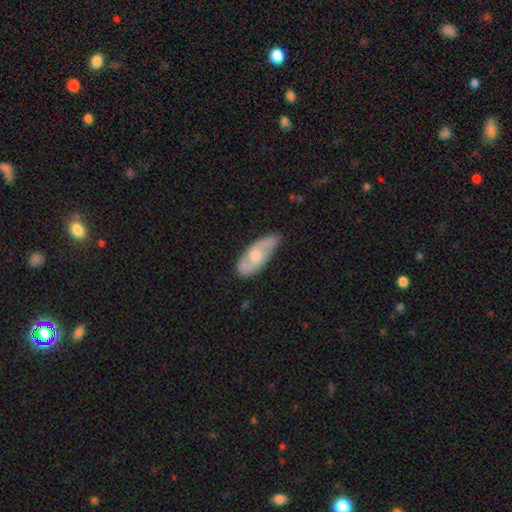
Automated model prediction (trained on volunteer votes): smooth-or-featured: featured or disk: 53% | smooth: 42% | star or artifact: 6%
  disk-edge-on: no: 86% | yes: 14%
  merging: none: 67% | minor disturbance: 26% | major disturbance: 5% | merger: 2%